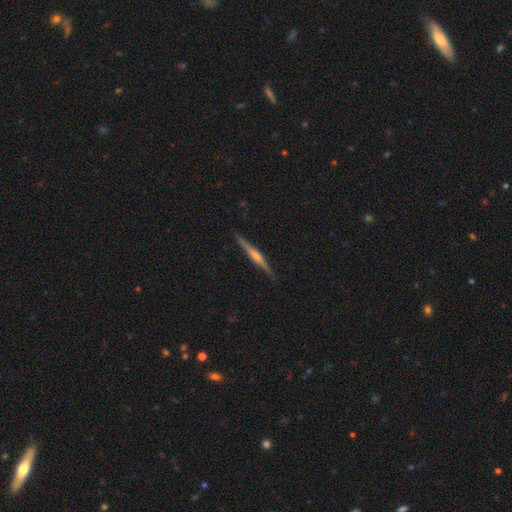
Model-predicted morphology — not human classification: A featured or disk galaxy (73%) viewed edge-on (98%) with a rounded central bulge (72%).

Vote fractions:
- Smooth or featured? featured or disk: 73% / smooth: 21% / star or artifact: 6%
- Edge-on disk? yes: 98% / no: 2%
- Edge-on bulge? rounded: 72% / none: 17% / boxy: 11%
- Merging? none: 91% / minor disturbance: 7% / major disturbance: 1% / merger: 1%